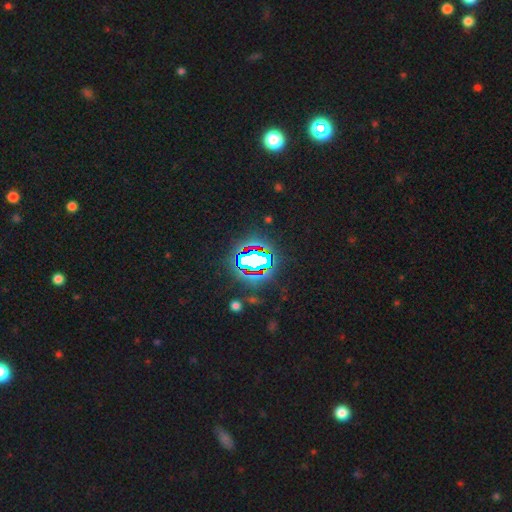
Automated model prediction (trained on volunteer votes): Smooth or featured: star or artifact — 77% (smooth — 14%)